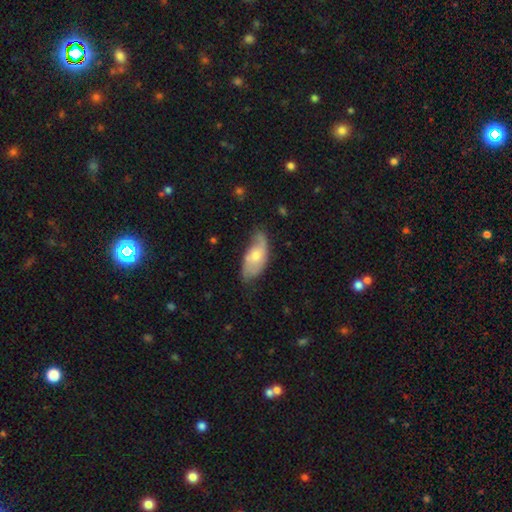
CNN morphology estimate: The model was most divided on "smooth or featured": featured or disk: 50%, smooth: 44%, star or artifact: 6%. More confident: edge-on disk — no (89%); merging — none (51%).